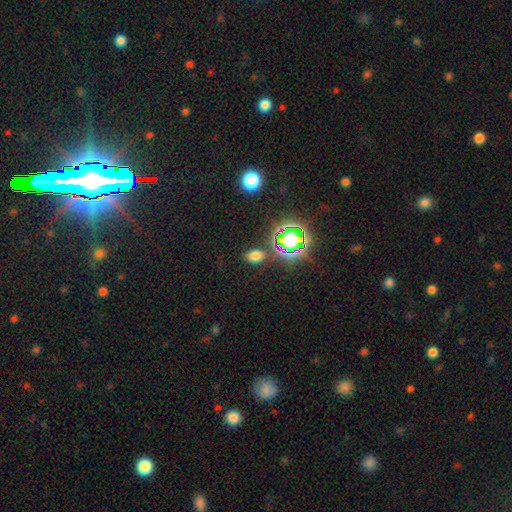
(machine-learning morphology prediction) This is likely a smooth galaxy (66%). How rounded: likely in between (79%). Merging: clearly none (83%).